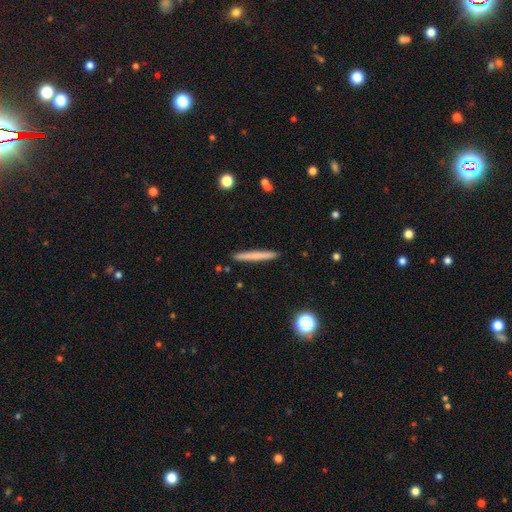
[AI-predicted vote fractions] This appears to be a smooth galaxy with no disk features (66%) that is cigar-shaped (97%). Merging: none (91%).